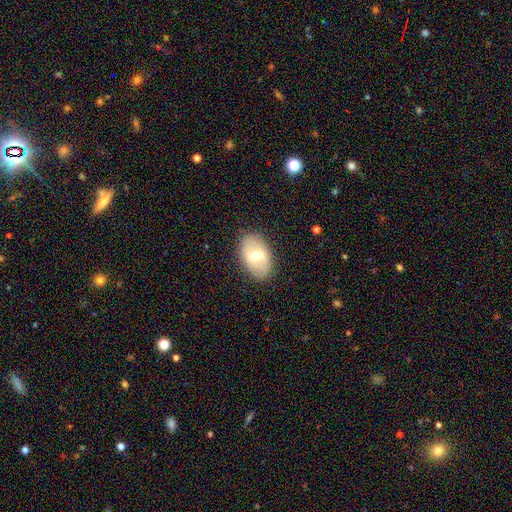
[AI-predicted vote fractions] Smooth or featured: smooth — 49% (featured or disk — 44%)
Merging: none — 84% (minor disturbance — 11%)